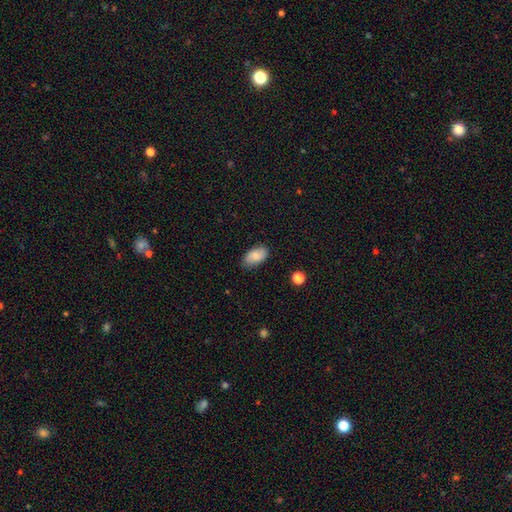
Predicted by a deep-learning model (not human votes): Overall: smooth (79%). How rounded: in between (94%). Merging: none (81%).